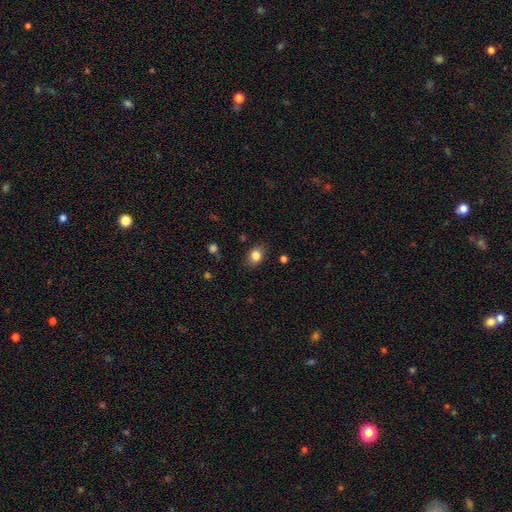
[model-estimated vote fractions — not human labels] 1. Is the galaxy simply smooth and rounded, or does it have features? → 83% smooth, 10% star or artifact, 7% featured or disk.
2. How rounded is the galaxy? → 55% in between, 44% round, 1% cigar-shaped.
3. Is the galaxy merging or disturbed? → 82% none, 13% minor disturbance, 3% major disturbance, 1% merger.